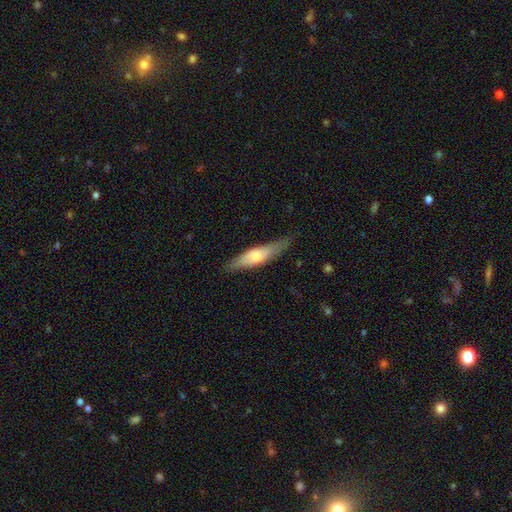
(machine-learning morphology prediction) Smooth or featured? Predicted: smooth (p=0.55). How rounded? Predicted: cigar-shaped (p=0.73). Merging? Predicted: none (p=0.77).